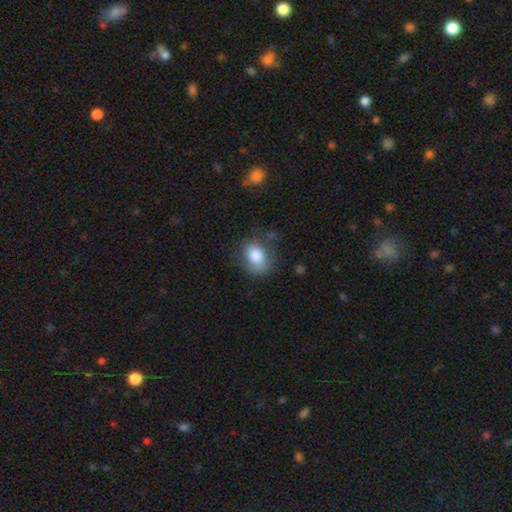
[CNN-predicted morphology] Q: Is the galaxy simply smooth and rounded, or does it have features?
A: smooth — 82%.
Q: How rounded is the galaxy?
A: in between — 57%.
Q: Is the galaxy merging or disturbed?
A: none — 59%.